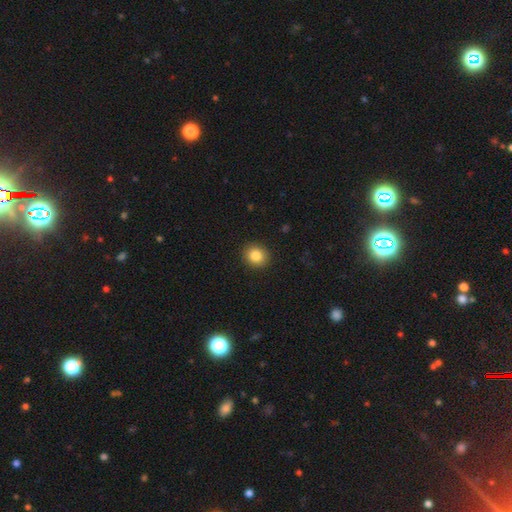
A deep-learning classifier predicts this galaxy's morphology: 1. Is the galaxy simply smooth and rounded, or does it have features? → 85% smooth, 9% star or artifact, 6% featured or disk.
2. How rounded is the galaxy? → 80% round, 20% in between, 1% cigar-shaped.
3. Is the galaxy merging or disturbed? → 91% none, 6% minor disturbance, 2% major disturbance, 1% merger.